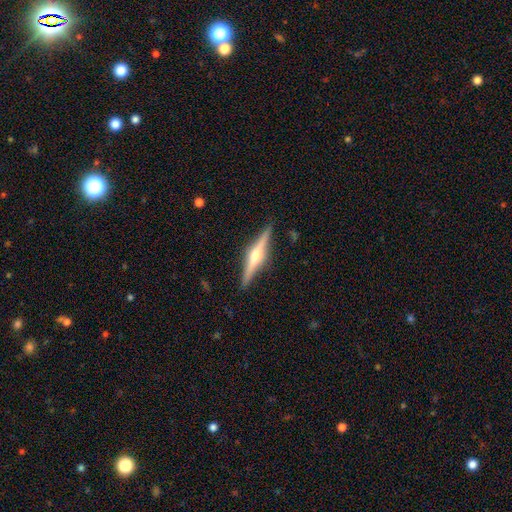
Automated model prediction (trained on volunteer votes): A featured or disk galaxy (77%) viewed edge-on (98%) with a rounded central bulge (94%). Merging: none (90%).